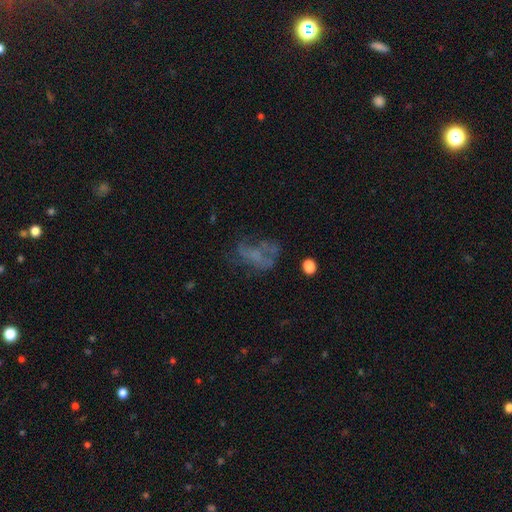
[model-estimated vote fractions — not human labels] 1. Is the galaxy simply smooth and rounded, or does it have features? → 48% featured or disk, 30% smooth, 22% star or artifact.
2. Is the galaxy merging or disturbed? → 39% major disturbance, 36% none, 19% minor disturbance, 7% merger.